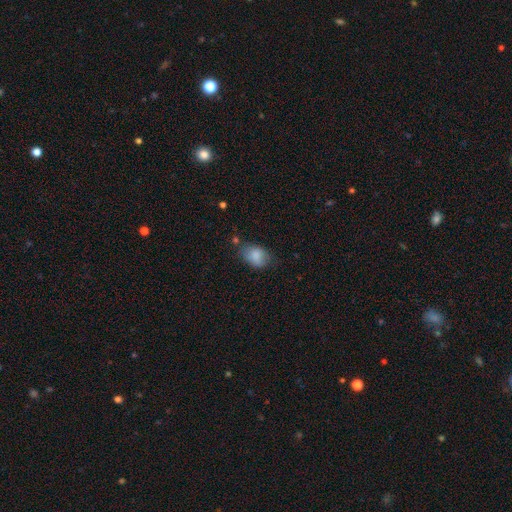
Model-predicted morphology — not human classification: A smooth galaxy with no disk features (83%) that is in between round and cigar-shaped (79%).

Vote fractions:
- Smooth or featured? smooth: 83% / featured or disk: 9% / star or artifact: 8%
- How rounded? in between: 79% / round: 19% / cigar-shaped: 1%
- Merging? none: 60% / minor disturbance: 28% / major disturbance: 8% / merger: 4%